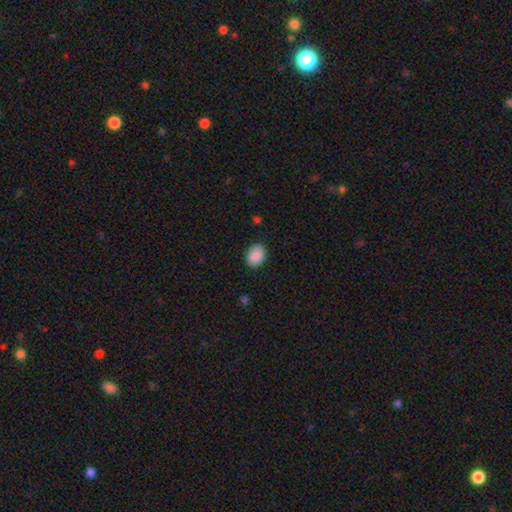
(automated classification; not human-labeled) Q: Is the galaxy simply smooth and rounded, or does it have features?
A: smooth — 88%.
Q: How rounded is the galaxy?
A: in between — 64%.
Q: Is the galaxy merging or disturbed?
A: none — 87%.